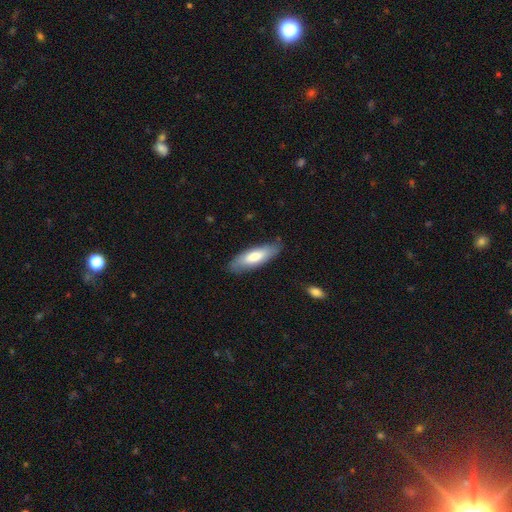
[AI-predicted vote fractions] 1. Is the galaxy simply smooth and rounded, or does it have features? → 71% smooth, 23% featured or disk, 5% star or artifact.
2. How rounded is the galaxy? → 57% in between, 42% cigar-shaped, 2% round.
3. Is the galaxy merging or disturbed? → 83% none, 13% minor disturbance, 3% major disturbance, 1% merger.